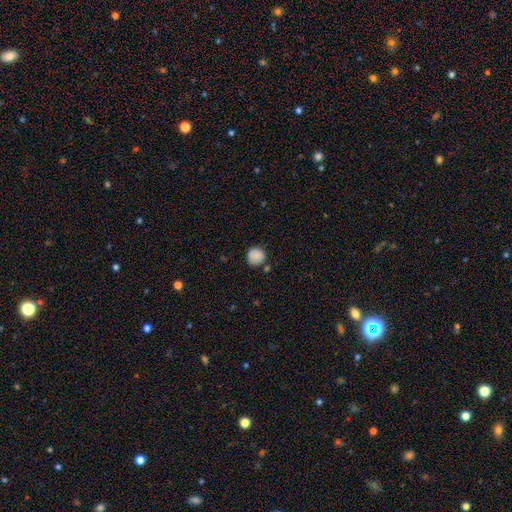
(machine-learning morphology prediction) A smooth galaxy with no disk features (87%) that is round (92%).

Vote fractions:
- Smooth or featured? smooth: 87% / star or artifact: 9% / featured or disk: 5%
- How rounded? round: 92% / in between: 7% / cigar-shaped: 1%
- Merging? none: 79% / minor disturbance: 13% / merger: 5% / major disturbance: 3%